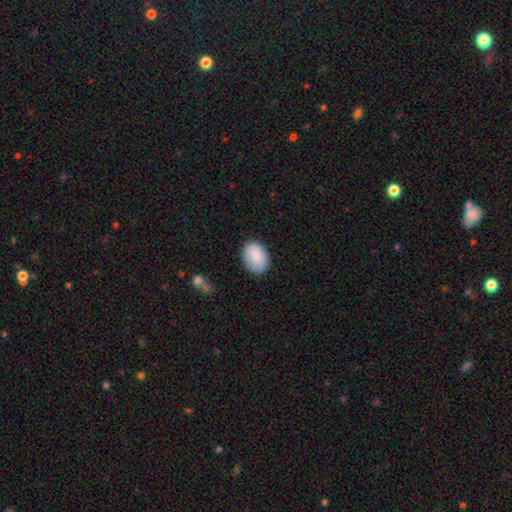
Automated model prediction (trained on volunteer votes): Overall: smooth (87%). How rounded: in between (76%). Merging: none (80%).